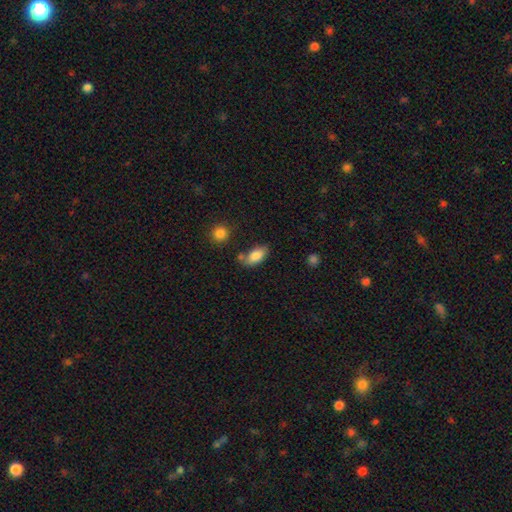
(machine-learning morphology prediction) This is clearly a smooth galaxy (83%). How rounded: clearly in between (90%). Merging: likely none (67%).